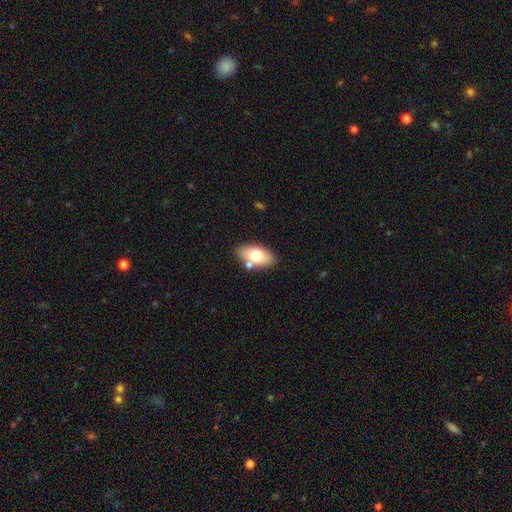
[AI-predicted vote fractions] Smooth or featured? smooth (72%)
How rounded? in between (92%)
Merging? none (74%)